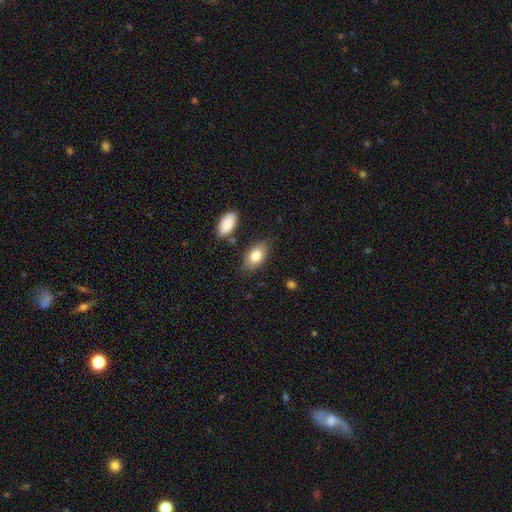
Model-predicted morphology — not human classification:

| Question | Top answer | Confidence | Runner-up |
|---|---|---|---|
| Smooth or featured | smooth | 82% | featured or disk (11%) |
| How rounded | in between | 91% | round (6%) |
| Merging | none | 78% | minor disturbance (14%) |